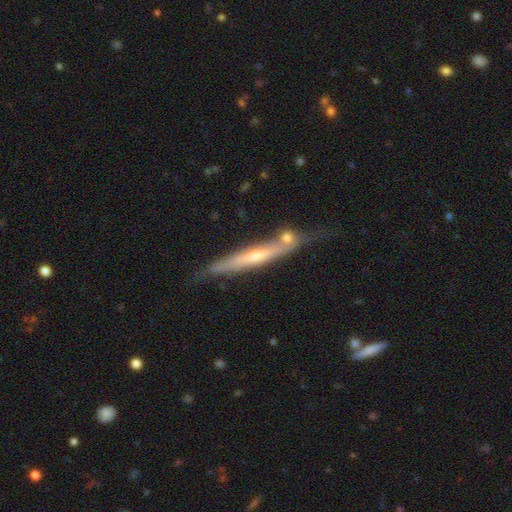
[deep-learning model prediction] The model was most divided on "edge-on bulge": rounded: 56%, none: 36%, boxy: 7%. More confident: edge-on disk — yes (91%); smooth or featured — featured or disk (69%); merging — none (64%).